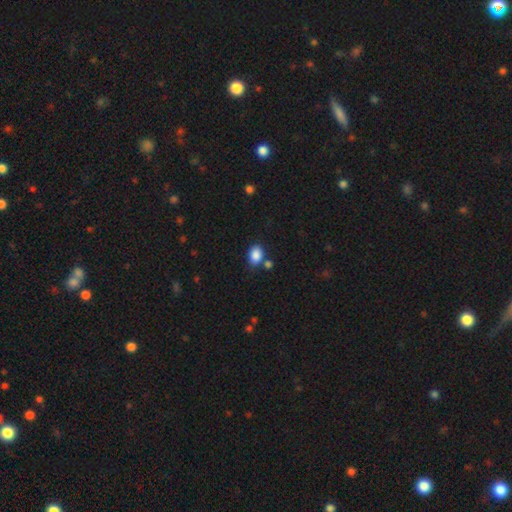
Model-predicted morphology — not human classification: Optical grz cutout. It shows a smooth galaxy with no disk features (87%) that is in between round and cigar-shaped (74%). Merging: none (70%).